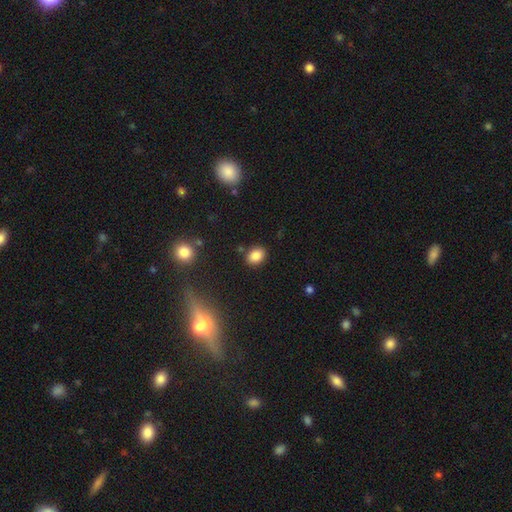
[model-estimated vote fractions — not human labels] Smooth or featured? Predicted: smooth (p=0.85). How rounded? Predicted: in between (p=0.65). Merging? Predicted: none (p=0.85).